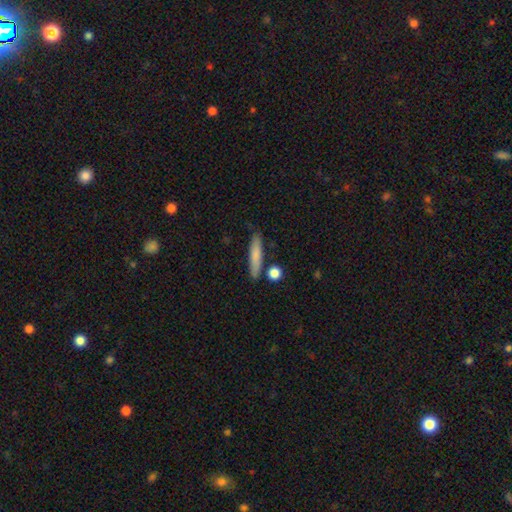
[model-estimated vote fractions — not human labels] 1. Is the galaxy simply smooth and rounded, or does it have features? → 77% smooth, 16% featured or disk, 6% star or artifact.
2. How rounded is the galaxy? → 84% cigar-shaped, 13% in between, 2% round.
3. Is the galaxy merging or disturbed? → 81% none, 11% minor disturbance, 5% merger, 3% major disturbance.